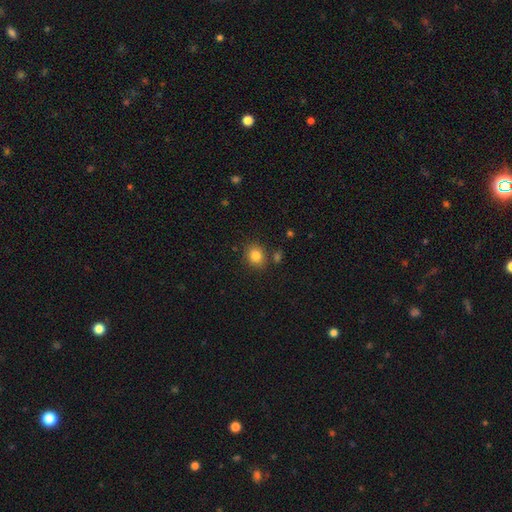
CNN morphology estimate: Smooth or featured: smooth — 83% (star or artifact — 11%)
How rounded: round — 63% (in between — 36%)
Merging: none — 81% (minor disturbance — 10%)